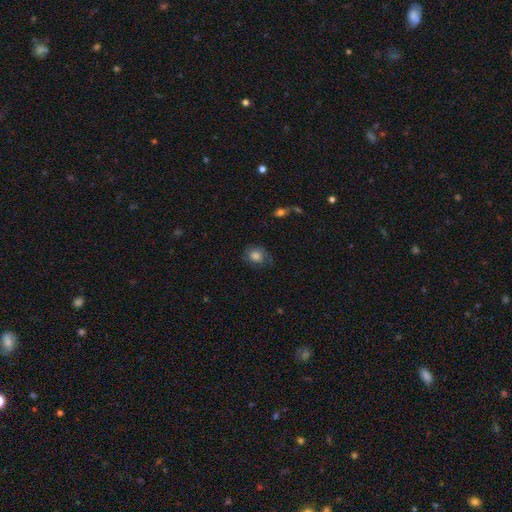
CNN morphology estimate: Overall: smooth (69%). How rounded: round (60%; in between 39%). Merging: none (63%; minor disturbance 24%).